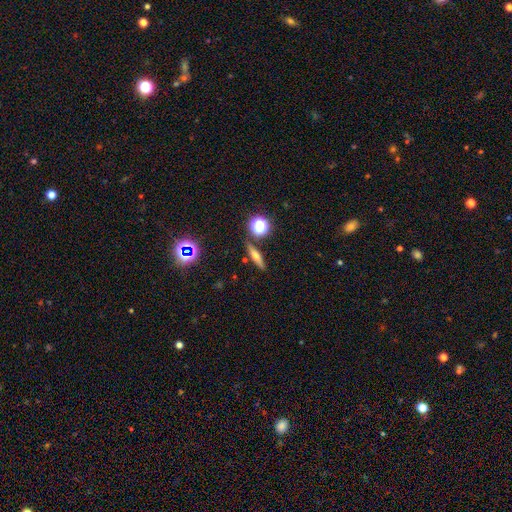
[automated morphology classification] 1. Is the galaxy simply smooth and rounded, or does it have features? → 46% smooth, 39% featured or disk, 15% star or artifact.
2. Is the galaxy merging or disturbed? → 85% none, 9% minor disturbance, 4% merger, 2% major disturbance.